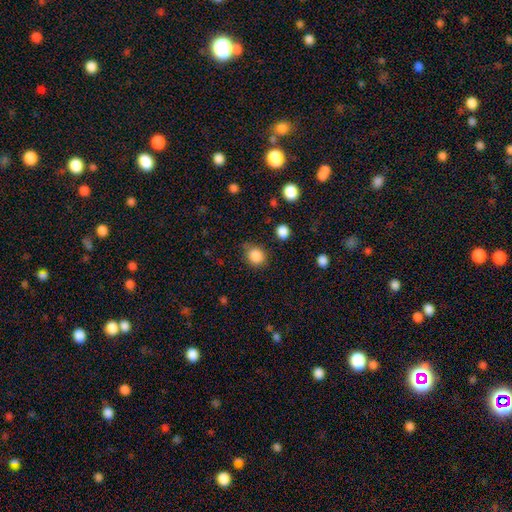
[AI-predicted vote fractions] The model was most divided on "how rounded": round: 78%, in between: 21%, cigar-shaped: 1%. More confident: smooth or featured — smooth (86%); merging — none (76%).